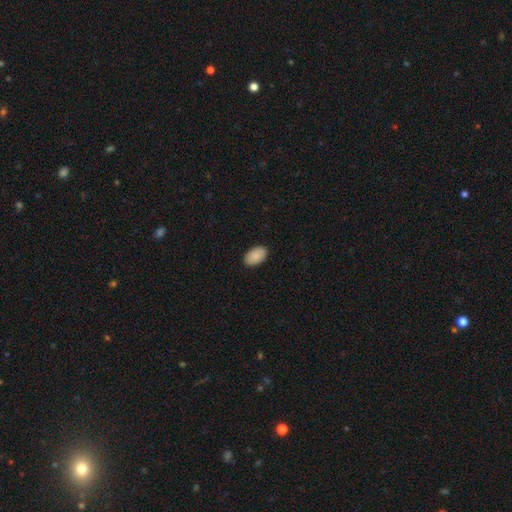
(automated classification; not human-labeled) Smooth or featured: smooth — 89% (star or artifact — 6%)
How rounded: in between — 94% (round — 5%)
Merging: none — 90% (minor disturbance — 8%)